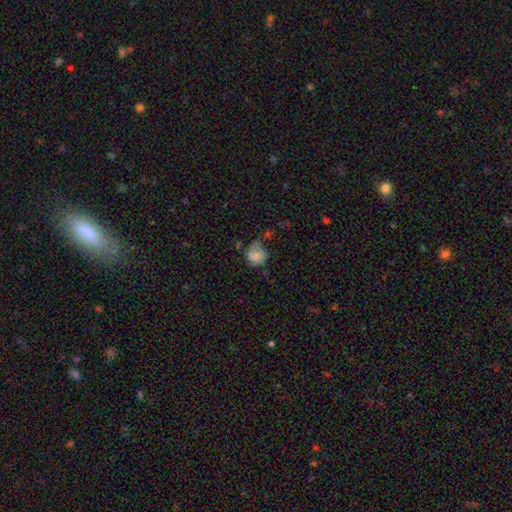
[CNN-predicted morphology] A smooth galaxy with no disk features (76%) that is round (71%). Merging: none (45%).